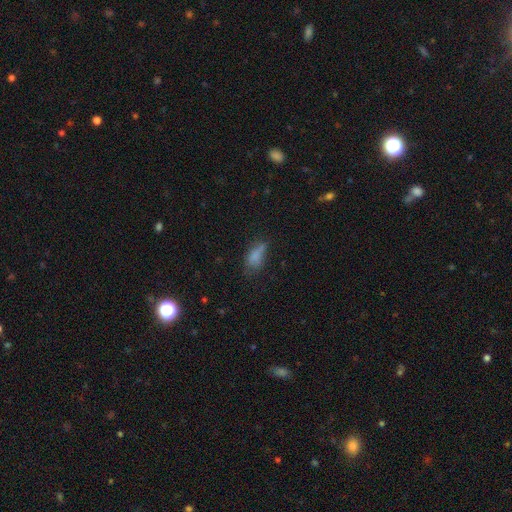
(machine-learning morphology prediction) smooth_or_featured: smooth (p=0.71) [alt: featured or disk p=0.16]
how_rounded: in between (p=0.78) [alt: cigar-shaped p=0.18]
merging: none (p=0.38) [alt: minor disturbance p=0.34]